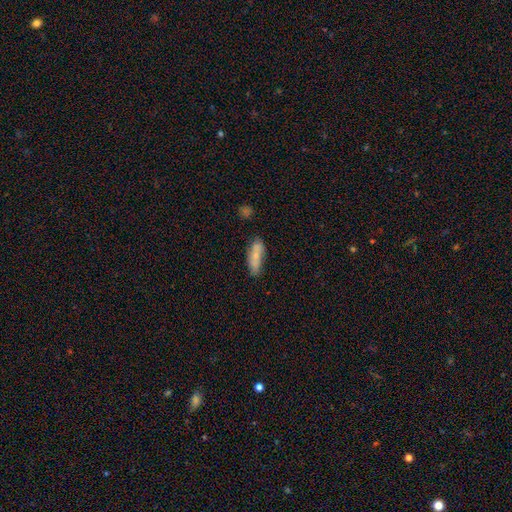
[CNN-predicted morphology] type=smooth (67%); roundness=in between (63%); merging=none (64%).